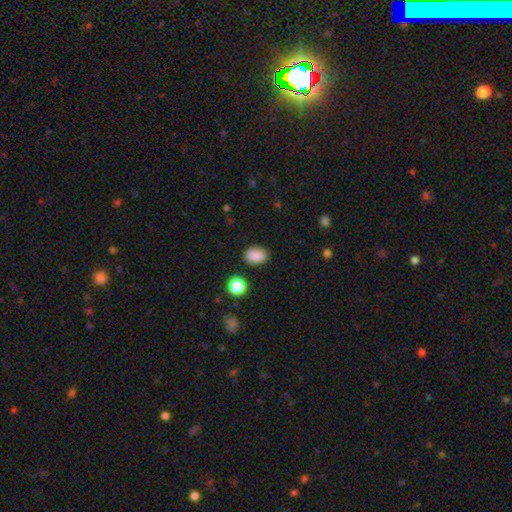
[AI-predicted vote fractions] Smooth or featured?
  - smooth: 86% *
  - star or artifact: 9%
  - featured or disk: 4%
How rounded?
  - in between: 75% *
  - round: 24%
  - cigar-shaped: 1%
Merging?
  - none: 84% *
  - minor disturbance: 11%
  - major disturbance: 3%
  - merger: 2%